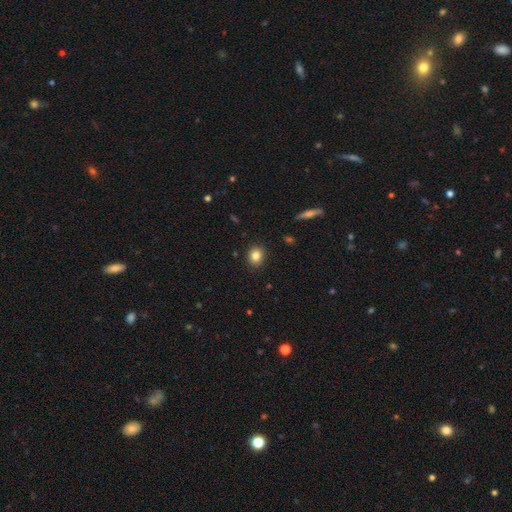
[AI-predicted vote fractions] Overall: smooth (83%). How rounded: round (75%). Merging: none (90%).